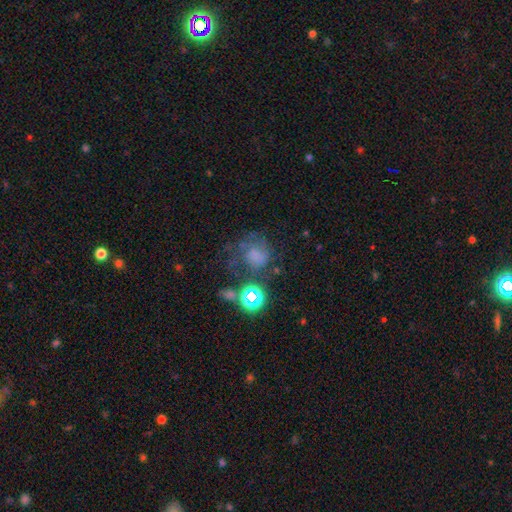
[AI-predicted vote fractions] Smooth or featured?
  - smooth: 46% *
  - featured or disk: 32%
  - star or artifact: 23%
Merging?
  - none: 40% *
  - major disturbance: 29%
  - minor disturbance: 22%
  - merger: 9%